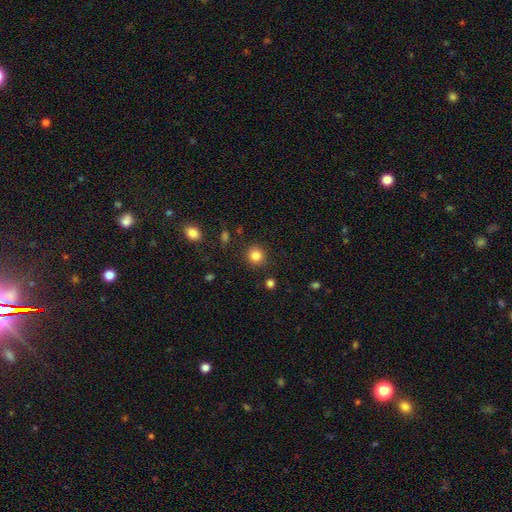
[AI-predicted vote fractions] Smooth or featured? Predicted: smooth (p=0.84). How rounded? Predicted: round (p=0.91). Merging? Predicted: none (p=0.89).